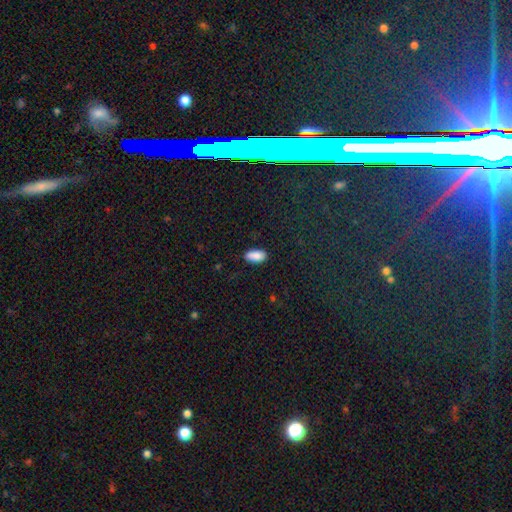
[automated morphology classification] Overall: smooth (87%). How rounded: in between (92%). Merging: none (81%).